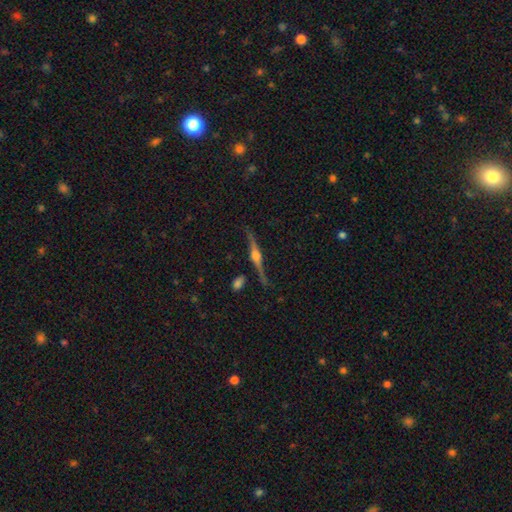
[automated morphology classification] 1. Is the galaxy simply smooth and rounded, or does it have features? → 86% featured or disk, 8% smooth, 6% star or artifact.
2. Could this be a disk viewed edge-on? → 97% yes, 3% no.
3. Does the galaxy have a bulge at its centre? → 93% rounded, 5% boxy, 2% none.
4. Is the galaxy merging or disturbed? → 80% none, 13% minor disturbance, 4% major disturbance, 3% merger.